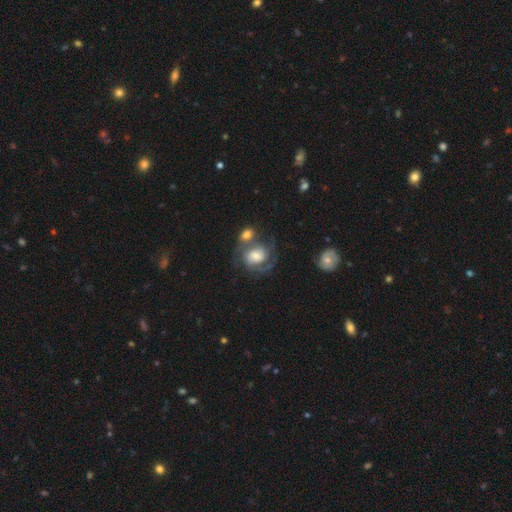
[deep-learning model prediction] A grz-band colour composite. It shows a featured or disk galaxy (77%) with no bar (61%), 2 (62%) tight (45%) spiral arms (94%) and a moderate central bulge (45%). Merging: none (41%).